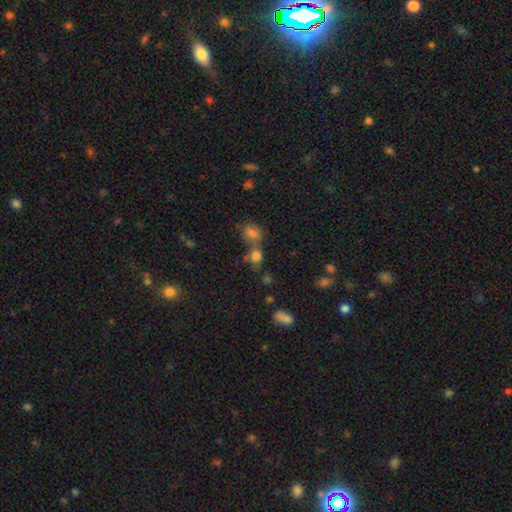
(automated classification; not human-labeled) Smooth or featured: smooth — 75% (star or artifact — 16%)
How rounded: round — 54% (in between — 43%)
Merging: merger — 43% (none — 41%)